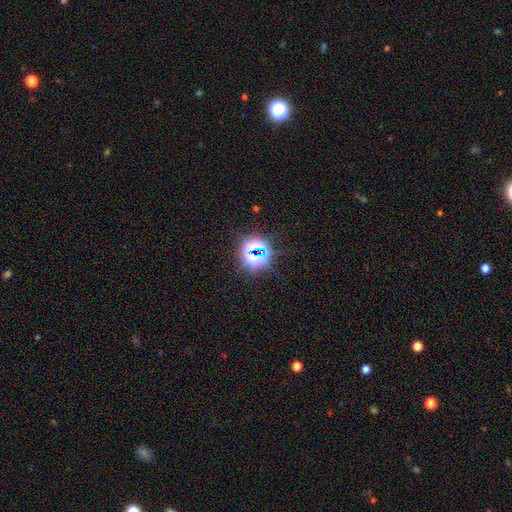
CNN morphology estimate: This is likely a star or artifact rather than a galaxy (68%).